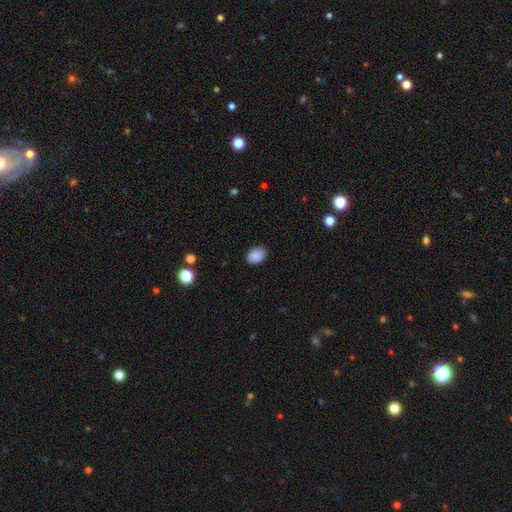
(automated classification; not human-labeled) This appears to be a smooth galaxy with no disk features (89%) that is in between round and cigar-shaped (80%). Merging: none (85%).